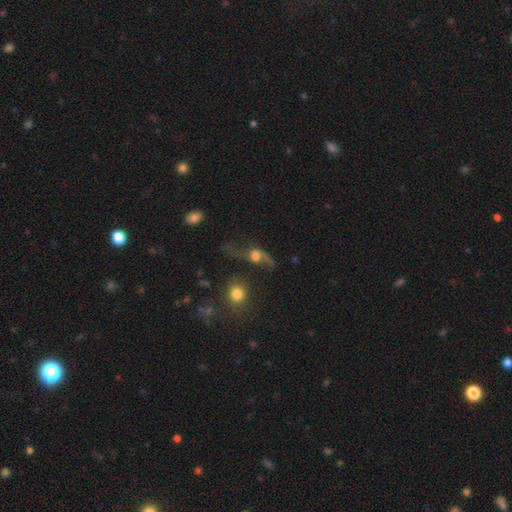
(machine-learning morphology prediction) The model was most divided on "merging": none: 39%, major disturbance: 34%, minor disturbance: 17%, merger: 10%. Remaining: edge-on disk — no (85%); spiral arms — yes (79%); bar — no (66%); smooth or featured — featured or disk (60%); bulge size — moderate (39%).